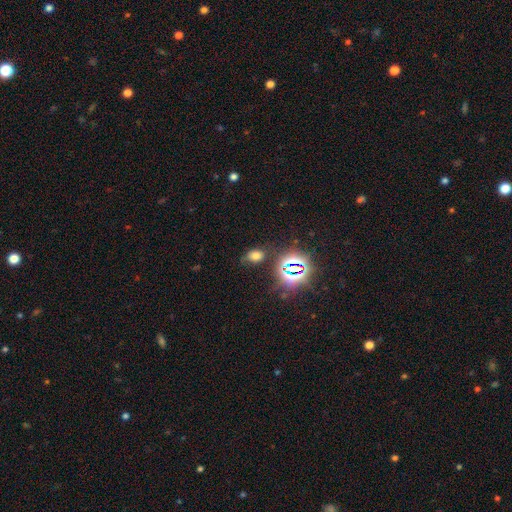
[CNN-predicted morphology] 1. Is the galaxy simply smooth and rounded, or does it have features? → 58% smooth, 32% star or artifact, 10% featured or disk.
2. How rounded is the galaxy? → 74% in between, 24% round, 2% cigar-shaped.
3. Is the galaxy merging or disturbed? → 70% none, 20% minor disturbance, 7% major disturbance, 4% merger.